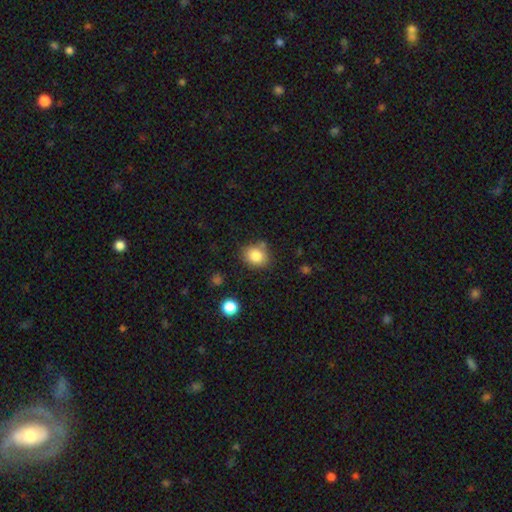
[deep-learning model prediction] Smooth or featured: smooth — 84% (star or artifact — 10%)
How rounded: round — 59% (in between — 41%)
Merging: none — 73% (minor disturbance — 15%)